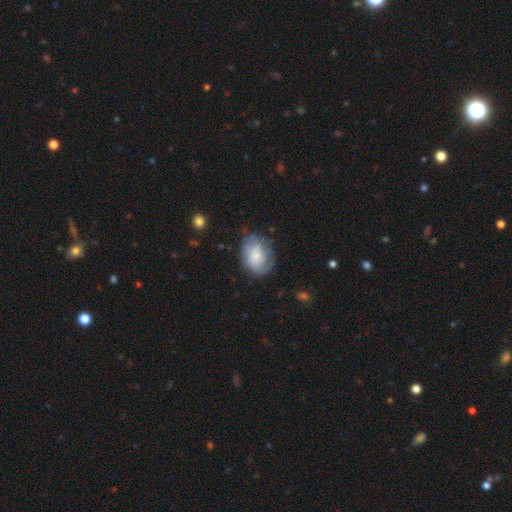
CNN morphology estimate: Smooth or featured: smooth — 50% (featured or disk — 42%)
How rounded: in between — 68% (round — 31%)
Merging: none — 60% (minor disturbance — 26%)